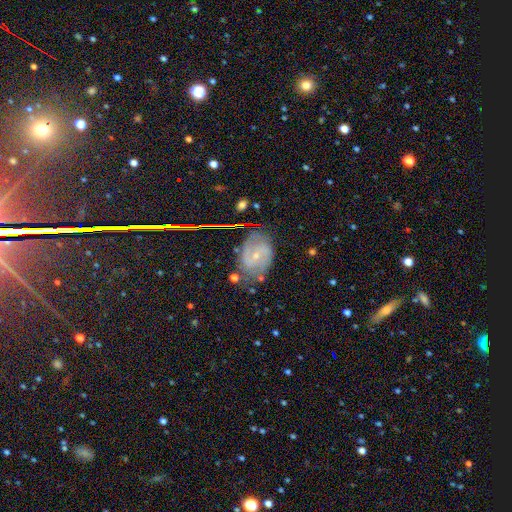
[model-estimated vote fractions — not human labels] Smooth or featured: featured or disk — 76% (smooth — 15%)
Edge-on disk: no — 96% (yes — 4%)
Bar: no — 45% (weak — 43%)
Spiral arms: yes — 92% (no — 8%)
Spiral winding: medium — 45% (tight — 38%)
Spiral arm count: 2 — 71% (can't tell — 15%)
Bulge size: small — 75% (moderate — 21%)
Merging: none — 69% (minor disturbance — 21%)